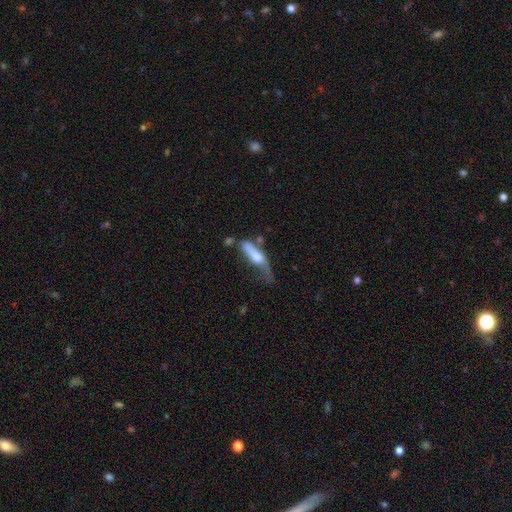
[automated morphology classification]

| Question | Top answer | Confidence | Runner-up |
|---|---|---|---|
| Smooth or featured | smooth | 49% | featured or disk (44%) |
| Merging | major disturbance | 31% | minor disturbance (27%) |